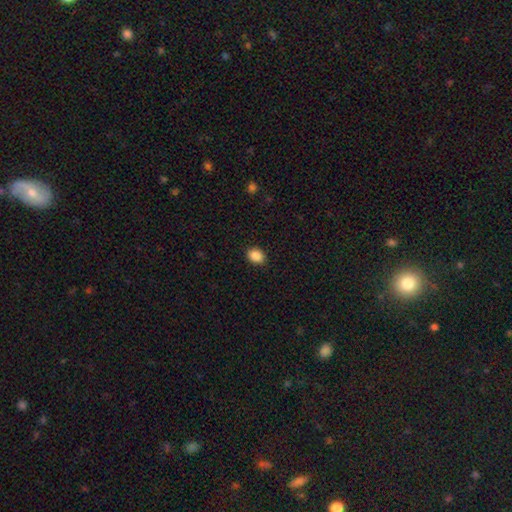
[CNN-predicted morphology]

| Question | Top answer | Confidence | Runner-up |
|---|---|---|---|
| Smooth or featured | smooth | 88% | star or artifact (9%) |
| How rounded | in between | 57% | round (42%) |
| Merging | none | 90% | minor disturbance (7%) |